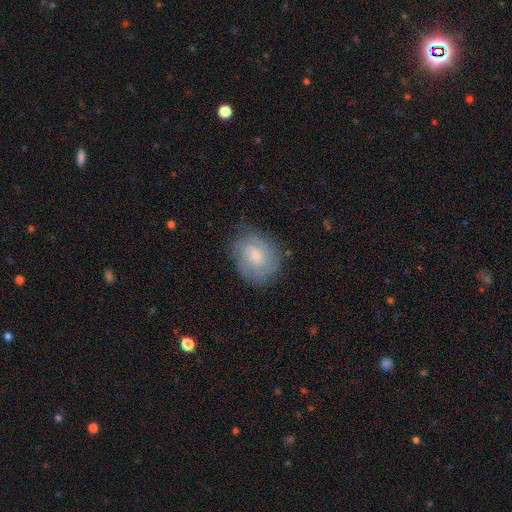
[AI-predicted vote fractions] A featured or disk galaxy (73%) with no bar (62%), tight (65%) spiral arms (92%) and a small central bulge (62%).

Vote fractions:
- Smooth or featured? featured or disk: 73% / smooth: 20% / star or artifact: 7%
- Edge-on disk? no: 98% / yes: 2%
- Bar? no: 62% / weak: 33% / strong: 5%
- Spiral arms? yes: 92% / no: 8%
- Spiral winding? tight: 65% / medium: 29% / loose: 7%
- Spiral arm count? can't tell: 37% / 2: 30% / 3: 18% / 4: 7% / 1: 5% / more than 4: 4%
- Bulge size? small: 62% / moderate: 30% / none: 4% / large: 2% / dominant: 1%
- Merging? none: 75% / minor disturbance: 18% / major disturbance: 6% / merger: 1%